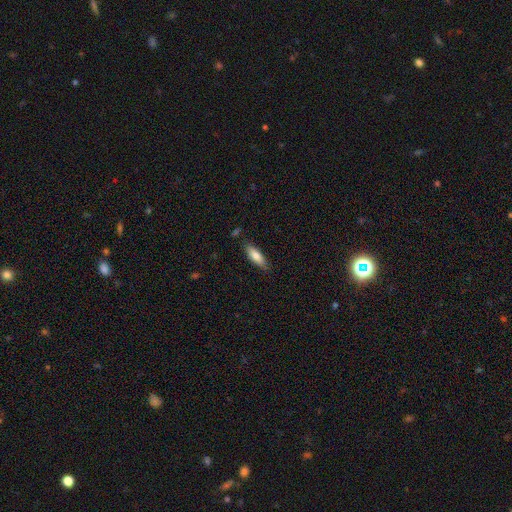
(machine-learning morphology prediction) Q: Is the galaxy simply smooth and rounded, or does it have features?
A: smooth — 78%.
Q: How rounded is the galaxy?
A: in between — 58%.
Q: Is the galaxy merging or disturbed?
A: none — 82%.